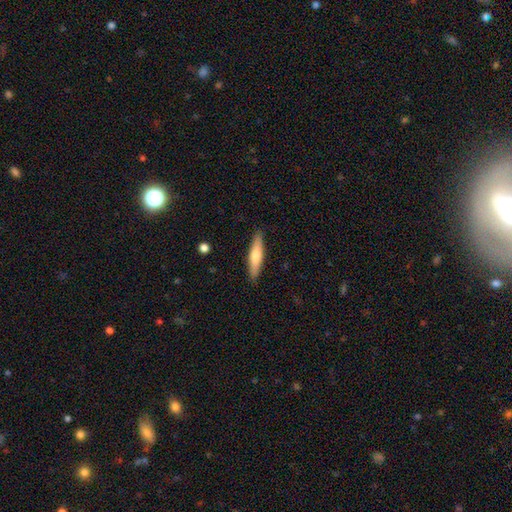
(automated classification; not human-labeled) smooth 64%, featured or disk 31%, star or artifact 5%. Down the decision tree: how rounded — cigar-shaped (83%); merging — none (90%).